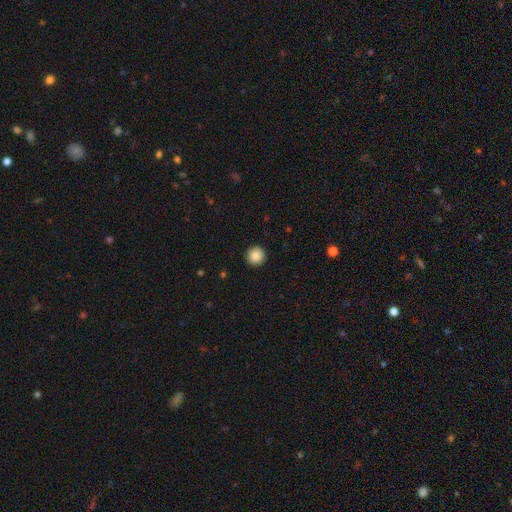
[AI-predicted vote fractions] Overall: smooth (88%). How rounded: round (95%). Merging: none (93%).